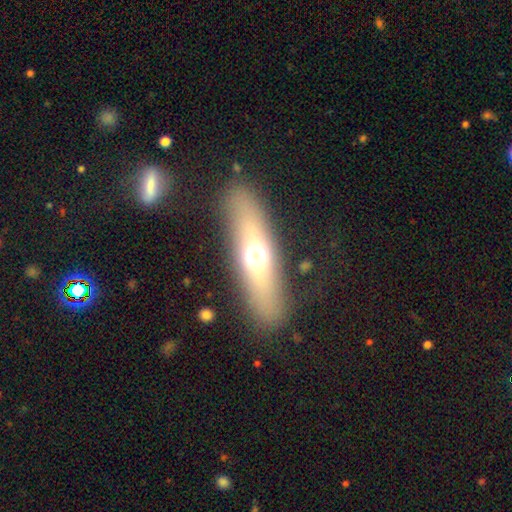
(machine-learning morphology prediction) A smooth galaxy with no disk features (50%).

Vote fractions:
- Smooth or featured? smooth: 50% / featured or disk: 40% / star or artifact: 11%
- Merging? none: 86% / minor disturbance: 8% / major disturbance: 4% / merger: 2%